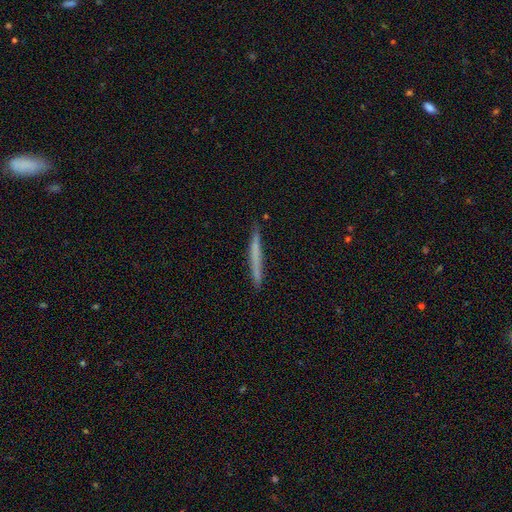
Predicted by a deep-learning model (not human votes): smooth 58%, featured or disk 36%, star or artifact 6%. Down the decision tree: how rounded — cigar-shaped (97%); merging — none (87%).